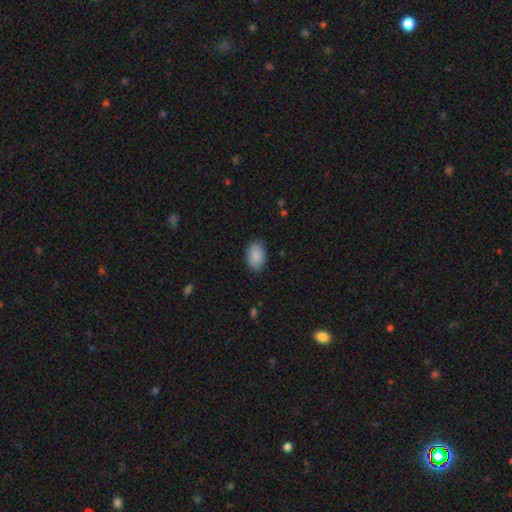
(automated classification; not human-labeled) The model was most divided on "merging": none: 87%, minor disturbance: 10%, major disturbance: 2%, merger: 1%. More confident: how rounded — in between (91%); smooth or featured — smooth (90%).